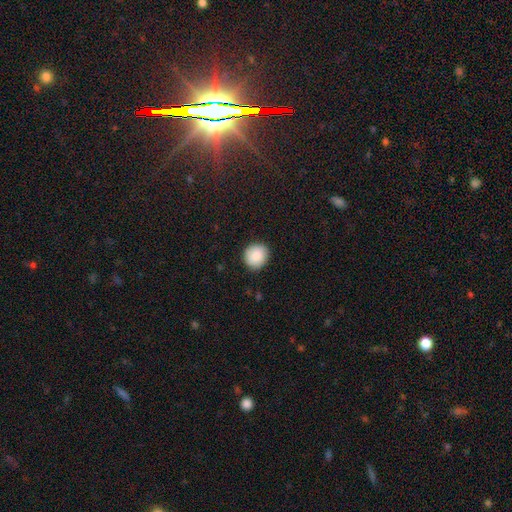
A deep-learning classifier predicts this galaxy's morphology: This appears to be a smooth galaxy with no disk features (87%) that is round (85%). Merging: none (88%).